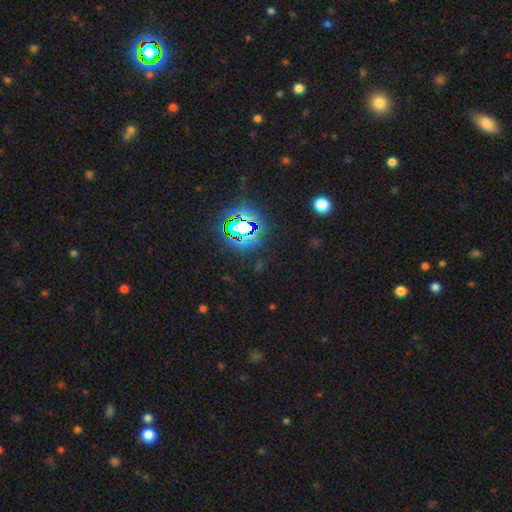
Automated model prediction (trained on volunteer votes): The model was most divided on "smooth or featured": star or artifact: 82%, smooth: 11%, featured or disk: 7%.